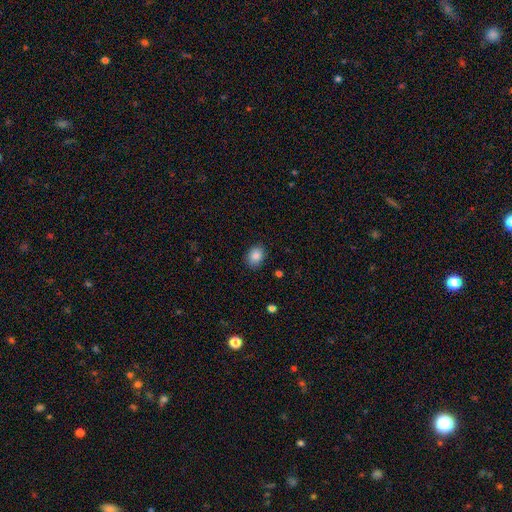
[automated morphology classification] Overall: smooth (86%). How rounded: in between (60%; round 39%). Merging: none (85%).